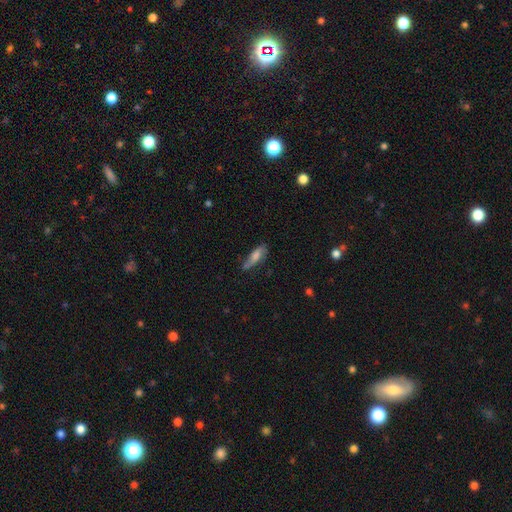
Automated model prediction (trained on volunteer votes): A smooth galaxy with no disk features (54%) that is cigar-shaped (51%).

Vote fractions:
- Smooth or featured? smooth: 54% / featured or disk: 37% / star or artifact: 8%
- How rounded? cigar-shaped: 51% / in between: 46% / round: 3%
- Merging? none: 57% / minor disturbance: 30% / major disturbance: 10% / merger: 3%